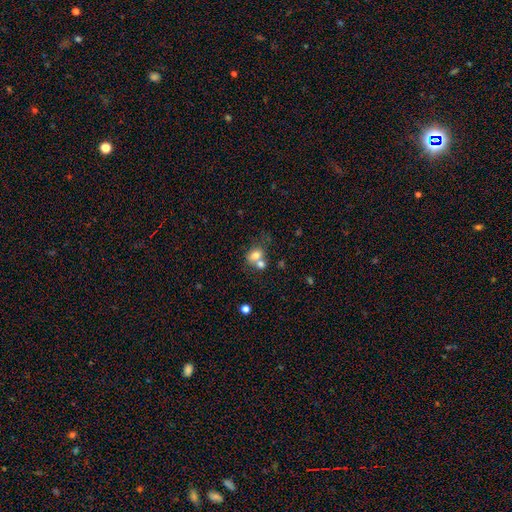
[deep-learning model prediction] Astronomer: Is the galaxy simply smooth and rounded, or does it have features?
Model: smooth — 73%.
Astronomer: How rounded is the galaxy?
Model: in between — 55% (runner-up: round, 43%).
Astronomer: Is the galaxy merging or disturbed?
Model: merger — 51% (runner-up: none, 33%).